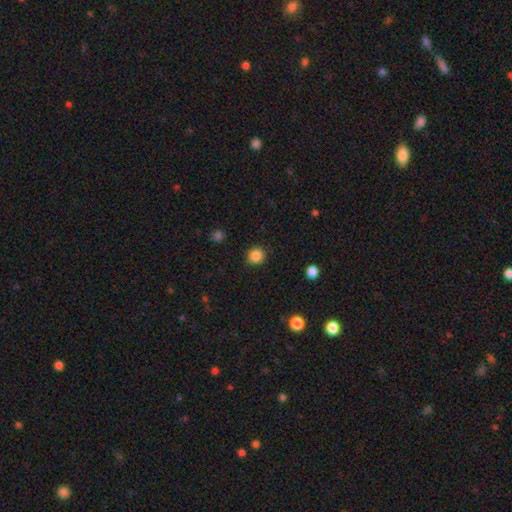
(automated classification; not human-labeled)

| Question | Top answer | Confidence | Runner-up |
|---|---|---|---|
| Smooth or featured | smooth | 86% | star or artifact (11%) |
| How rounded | round | 92% | in between (7%) |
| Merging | none | 90% | minor disturbance (7%) |